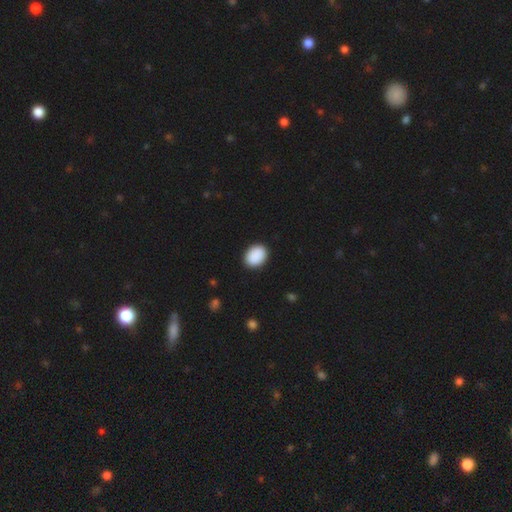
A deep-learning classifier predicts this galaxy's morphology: Smooth or featured?
  - smooth: 91% *
  - star or artifact: 7%
  - featured or disk: 2%
How rounded?
  - in between: 68% *
  - round: 31%
  - cigar-shaped: 1%
Merging?
  - none: 90% *
  - minor disturbance: 7%
  - major disturbance: 2%
  - merger: 1%